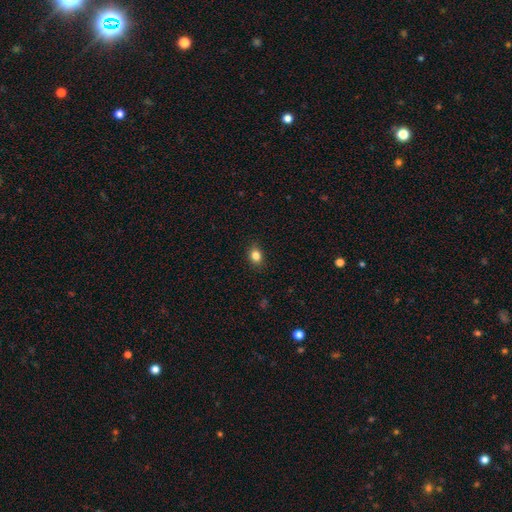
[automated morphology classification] A smooth galaxy with no disk features (83%) that is in between round and cigar-shaped (56%).

Vote fractions:
- Smooth or featured? smooth: 83% / star or artifact: 11% / featured or disk: 6%
- How rounded? in between: 56% / round: 42% / cigar-shaped: 1%
- Merging? none: 87% / minor disturbance: 10% / major disturbance: 2% / merger: 1%